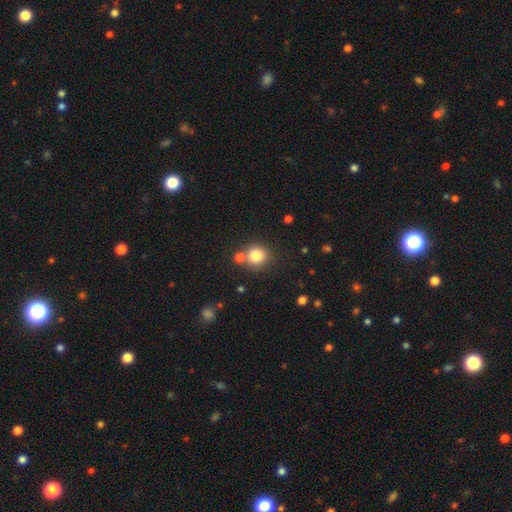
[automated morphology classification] Smooth or featured? smooth (80%)
How rounded? round (89%)
Merging? none (69%)